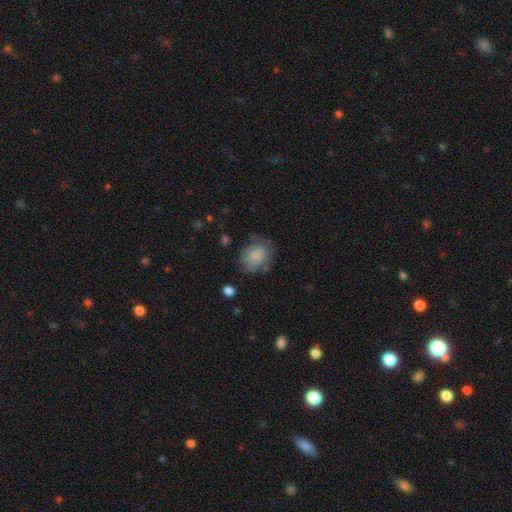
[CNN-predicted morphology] Smooth or featured?
  - smooth: 82% *
  - featured or disk: 10%
  - star or artifact: 8%
How rounded?
  - round: 56% *
  - in between: 43%
  - cigar-shaped: 1%
Merging?
  - none: 62% *
  - minor disturbance: 25%
  - major disturbance: 10%
  - merger: 3%